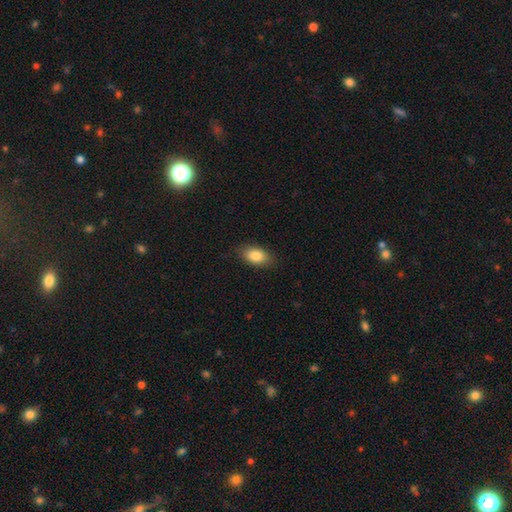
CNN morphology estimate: Smooth or featured? Predicted: smooth (p=0.85). How rounded? Predicted: in between (p=0.89). Merging? Predicted: none (p=0.84).